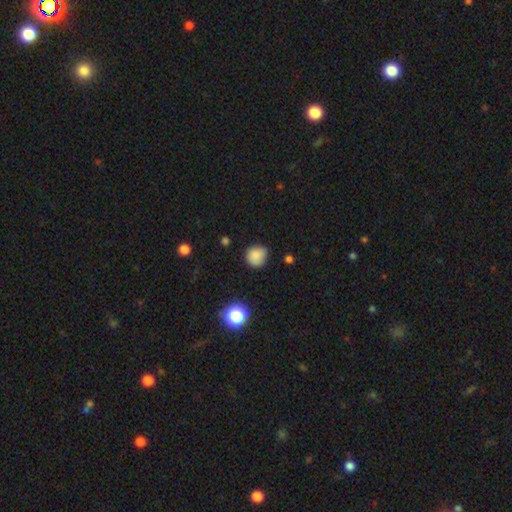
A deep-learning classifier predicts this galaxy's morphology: This is clearly a smooth galaxy (84%). How rounded: clearly round (88%). Merging: likely none (75%).